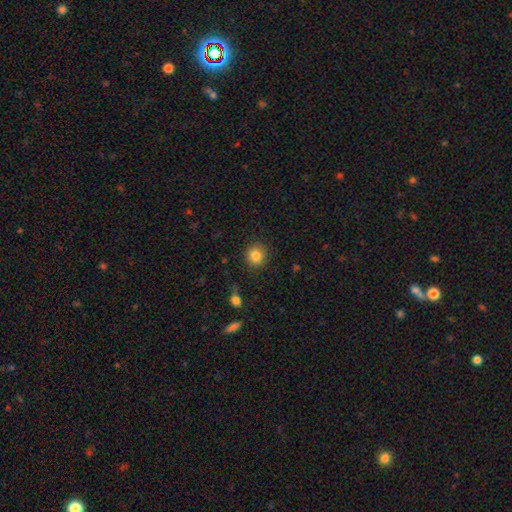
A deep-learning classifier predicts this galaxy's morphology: A smooth galaxy with no disk features (84%) that is round (89%). Merging: none (88%).